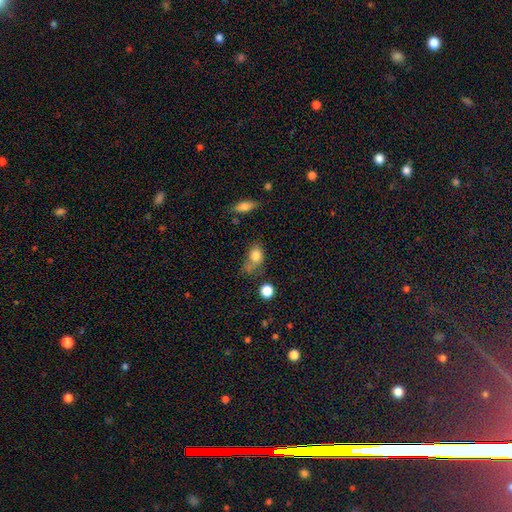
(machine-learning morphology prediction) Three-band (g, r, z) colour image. It shows a smooth galaxy with no disk features (79%) that is in between round and cigar-shaped (64%). Merging: none (37%).